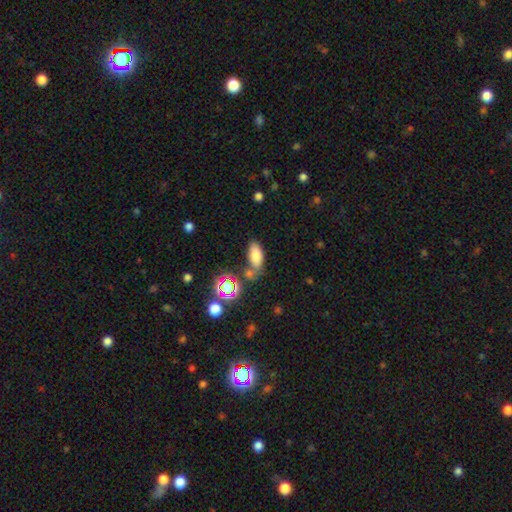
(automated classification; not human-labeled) smooth 74%, star or artifact 16%, featured or disk 10%. Down the decision tree: how rounded — in between (86%); merging — none (59%).